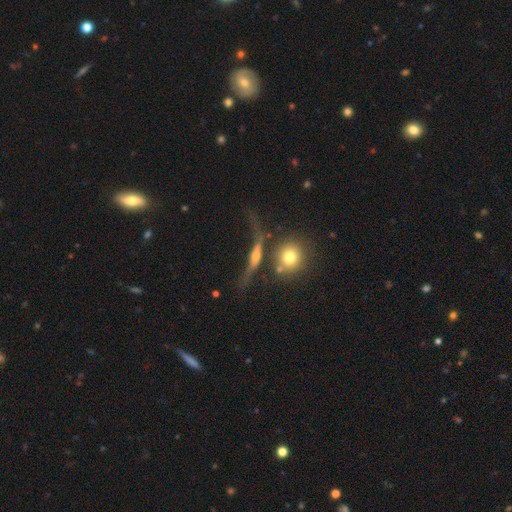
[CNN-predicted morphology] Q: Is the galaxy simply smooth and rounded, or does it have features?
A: featured or disk — 66%.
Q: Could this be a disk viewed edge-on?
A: yes — 81%.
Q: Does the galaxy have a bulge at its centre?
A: rounded — 86%.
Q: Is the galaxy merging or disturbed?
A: none — 53%.